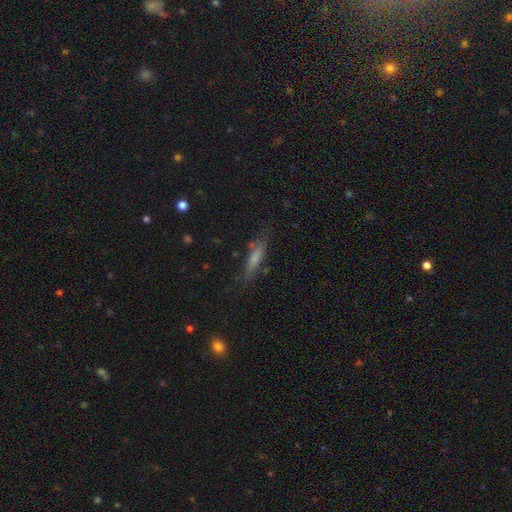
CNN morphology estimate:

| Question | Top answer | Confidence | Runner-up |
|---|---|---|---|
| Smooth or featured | smooth | 54% | featured or disk (34%) |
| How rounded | cigar-shaped | 81% | in between (17%) |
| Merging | none | 77% | minor disturbance (16%) |